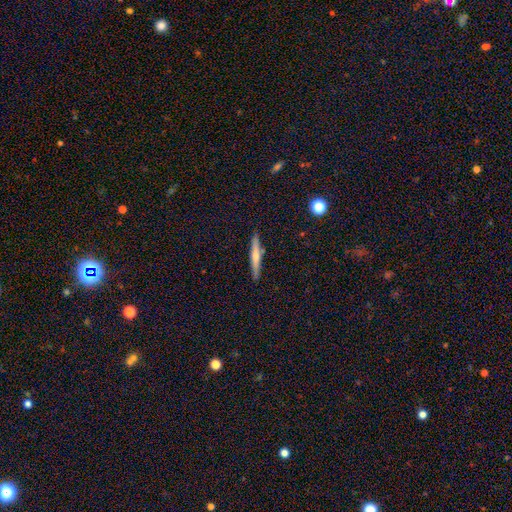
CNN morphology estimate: A smooth galaxy with no disk features (49%).

Vote fractions:
- Smooth or featured? smooth: 49% / featured or disk: 45% / star or artifact: 6%
- Merging? none: 88% / minor disturbance: 8% / merger: 2% / major disturbance: 2%